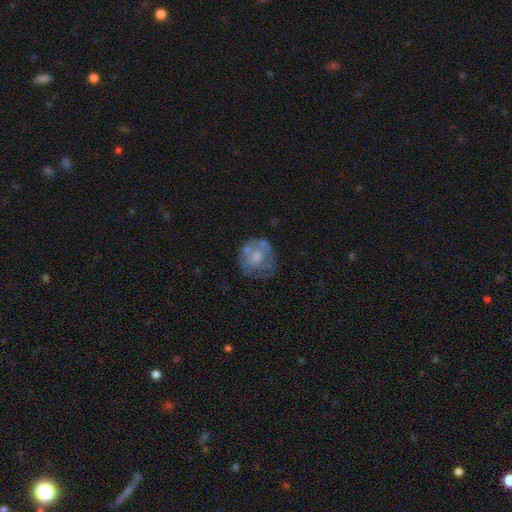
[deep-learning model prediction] The model was most divided on "smooth or featured": featured or disk: 48%, smooth: 44%, star or artifact: 8%. More confident: merging — none (56%).